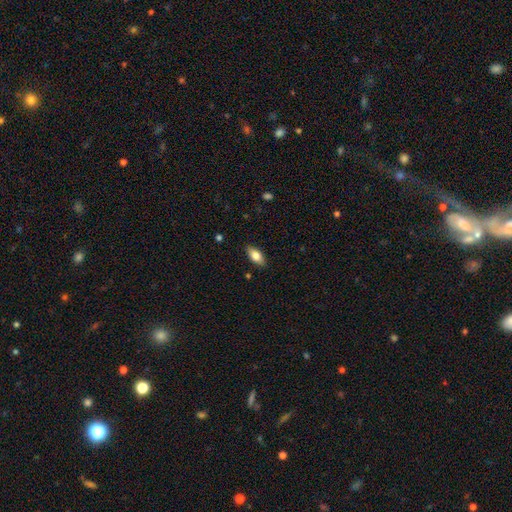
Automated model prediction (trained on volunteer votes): Smooth or featured? Predicted: smooth (p=0.79). How rounded? Predicted: in between (p=0.88). Merging? Predicted: none (p=0.88).